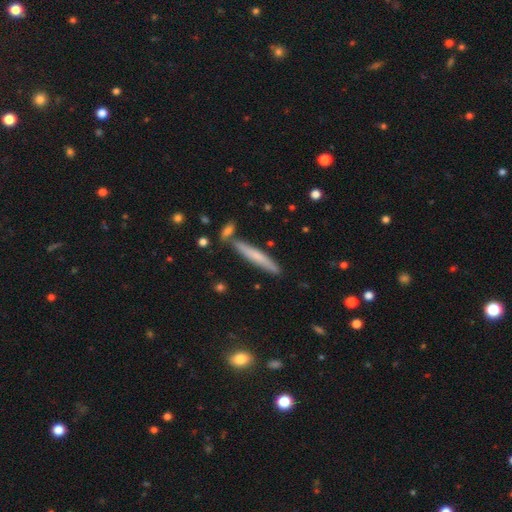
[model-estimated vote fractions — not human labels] Smooth or featured?
  - smooth: 62% *
  - featured or disk: 32%
  - star or artifact: 6%
How rounded?
  - cigar-shaped: 94% *
  - in between: 4%
  - round: 1%
Merging?
  - none: 81% *
  - minor disturbance: 10%
  - merger: 7%
  - major disturbance: 2%